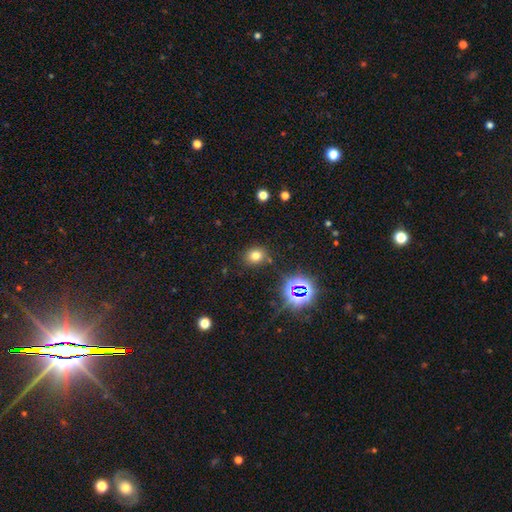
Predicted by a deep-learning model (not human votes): Smooth or featured? smooth (71%)
How rounded? round (67%)
Merging? none (81%)